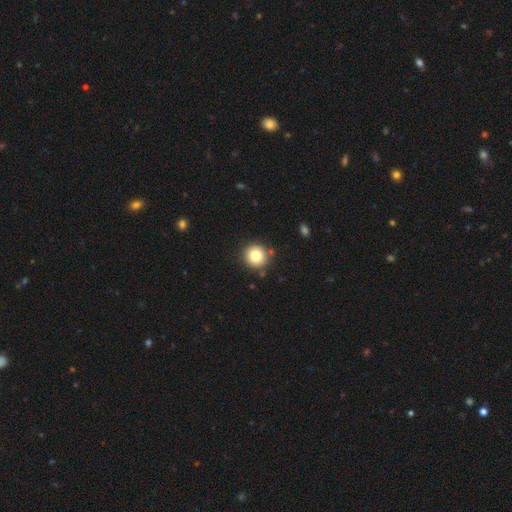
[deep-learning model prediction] A smooth galaxy with no disk features (83%) that is round (93%). Merging: none (86%).